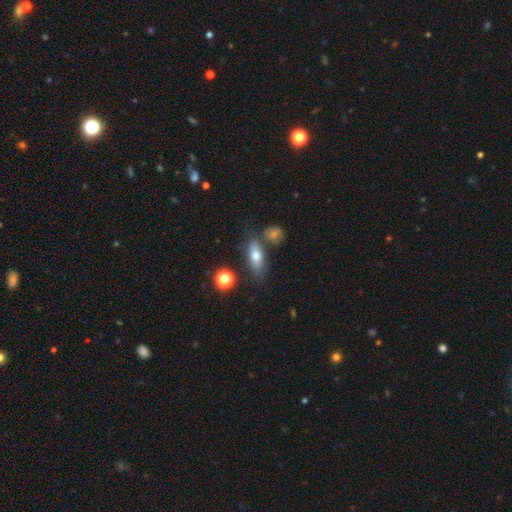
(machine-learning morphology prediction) A smooth galaxy with no disk features (70%) that is in between round and cigar-shaped (73%). Merging: none (69%).